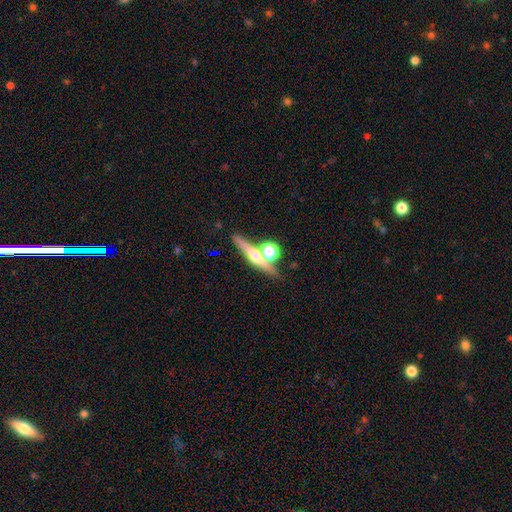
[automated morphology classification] Smooth or featured: featured or disk — 58% (smooth — 32%)
Edge-on disk: yes — 91% (no — 9%)
Edge-on bulge: rounded — 89% (none — 7%)
Merging: none — 66% (merger — 21%)